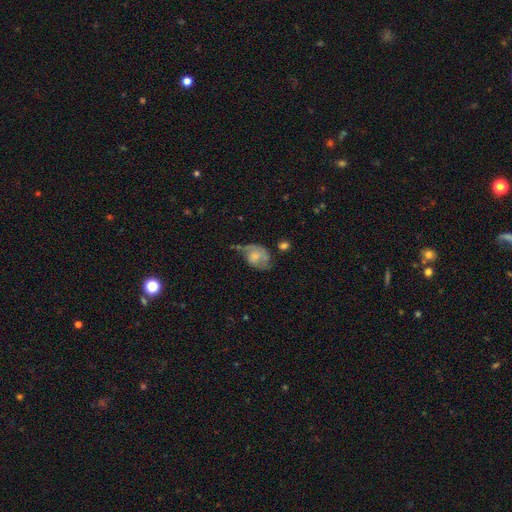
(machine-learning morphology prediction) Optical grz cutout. It shows a featured or disk galaxy (50%). Merging: minor disturbance (32%, tied with none).